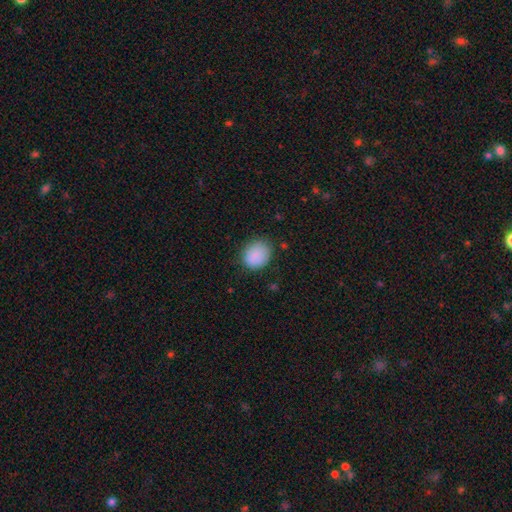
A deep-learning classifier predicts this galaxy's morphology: Smooth or featured: smooth — 88% (star or artifact — 8%)
How rounded: round — 58% (in between — 41%)
Merging: none — 80% (minor disturbance — 15%)